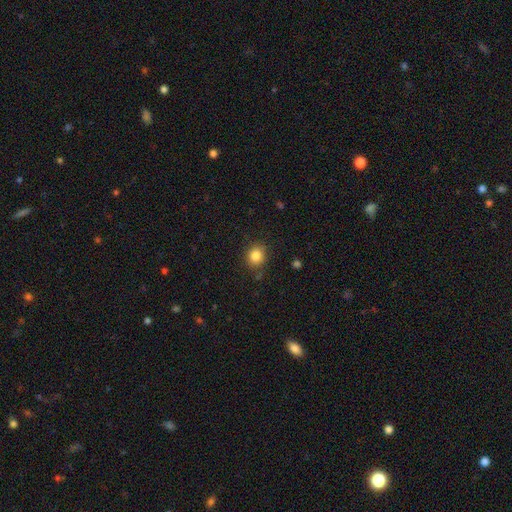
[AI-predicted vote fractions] Overall: smooth (84%). How rounded: round (81%). Merging: none (84%).